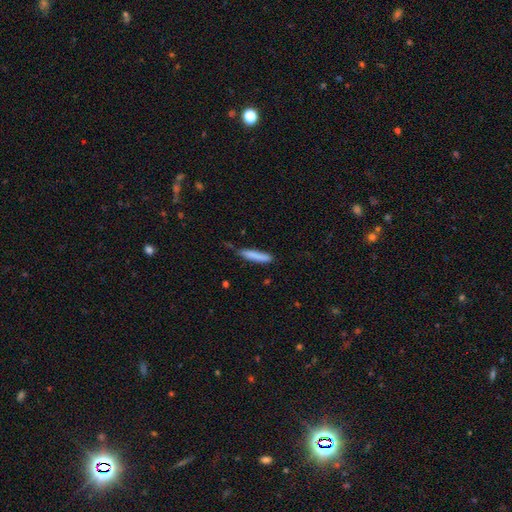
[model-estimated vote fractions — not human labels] Smooth or featured? smooth (81%)
How rounded? cigar-shaped (92%)
Merging? none (71%)